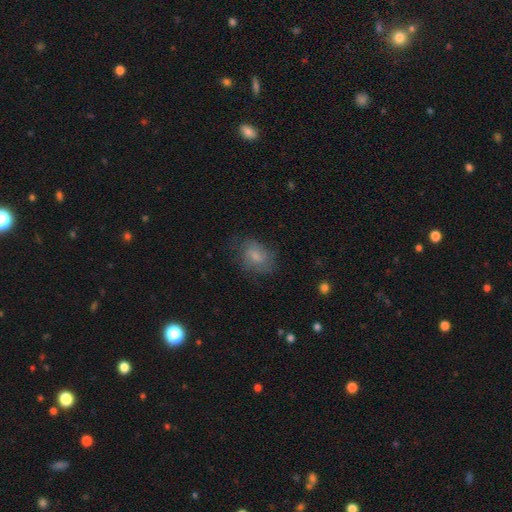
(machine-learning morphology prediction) This is likely a smooth galaxy (68%). How rounded: likely in between (76%). Merging: likely none (64%).